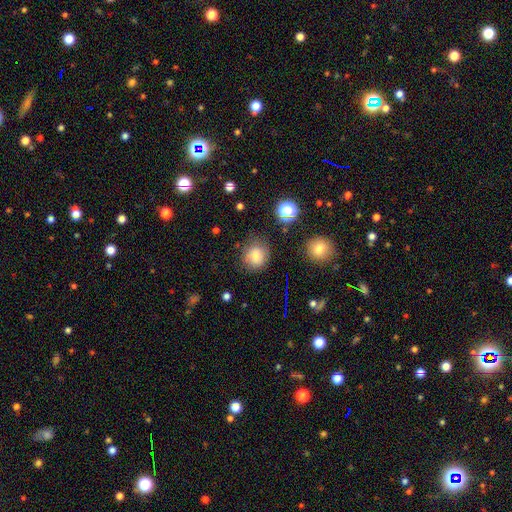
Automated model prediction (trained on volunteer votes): smooth-or-featured: smooth: 74% | star or artifact: 14% | featured or disk: 11%
  how-rounded: round: 77% | in between: 22% | cigar-shaped: 1%
  merging: none: 74% | minor disturbance: 17% | major disturbance: 6% | merger: 3%